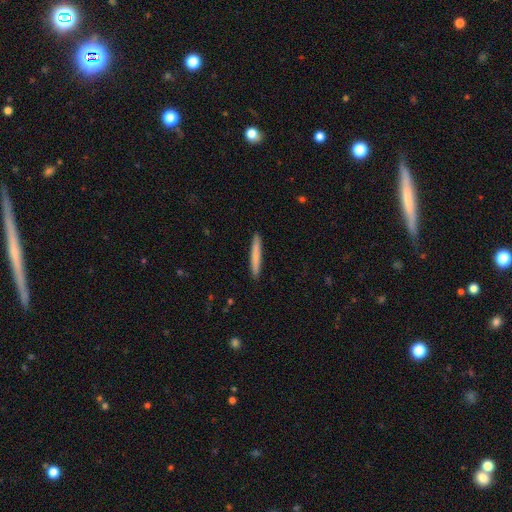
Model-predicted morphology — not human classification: type=smooth (75%); roundness=cigar-shaped (96%); merging=none (92%).